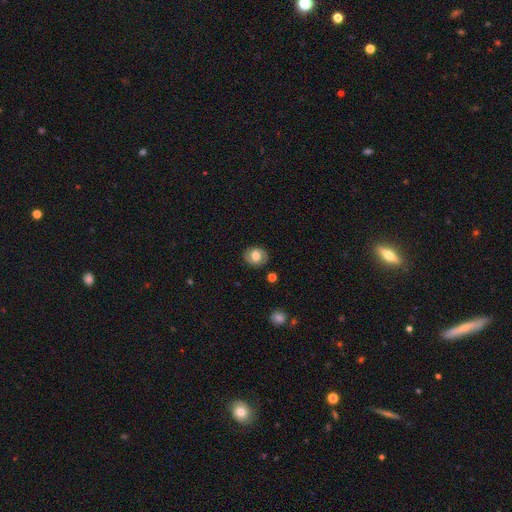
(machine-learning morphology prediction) smooth-or-featured: smooth: 60% | featured or disk: 31% | star or artifact: 8%
  how-rounded: round: 63% | in between: 36% | cigar-shaped: 1%
  merging: none: 85% | minor disturbance: 11% | major disturbance: 3% | merger: 1%